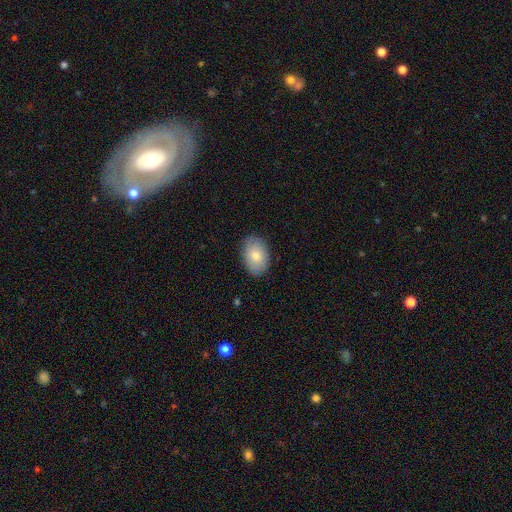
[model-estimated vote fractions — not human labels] A smooth galaxy with no disk features (81%) that is in between round and cigar-shaped (87%).

Vote fractions:
- Smooth or featured? smooth: 81% / featured or disk: 13% / star or artifact: 7%
- How rounded? in between: 87% / round: 12% / cigar-shaped: 1%
- Merging? none: 85% / minor disturbance: 12% / major disturbance: 2% / merger: 1%